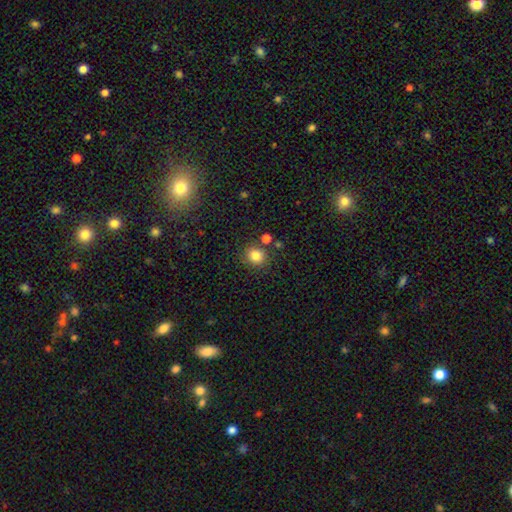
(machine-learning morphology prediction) Smooth or featured? smooth (83%)
How rounded? round (83%)
Merging? none (80%)